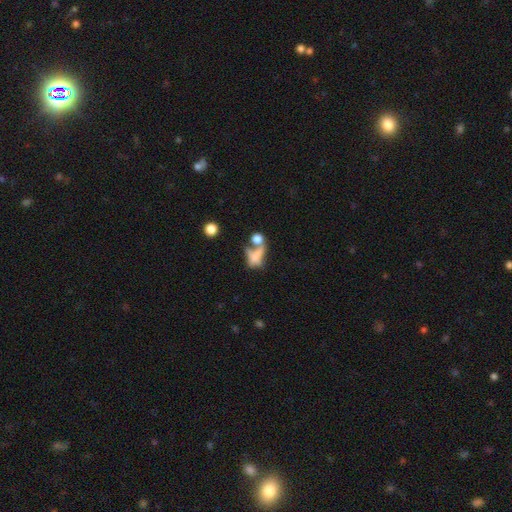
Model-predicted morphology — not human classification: type=smooth (56%); roundness=in between (61%); merging=merger (38%).